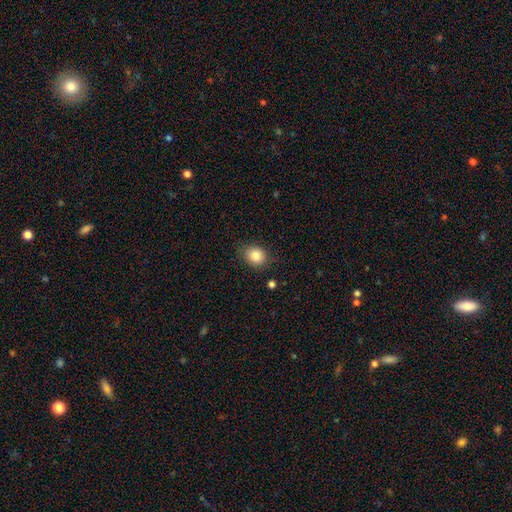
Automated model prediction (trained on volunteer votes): Morphology: type=smooth (84%); roundness=round (56%); merging=none (83%).